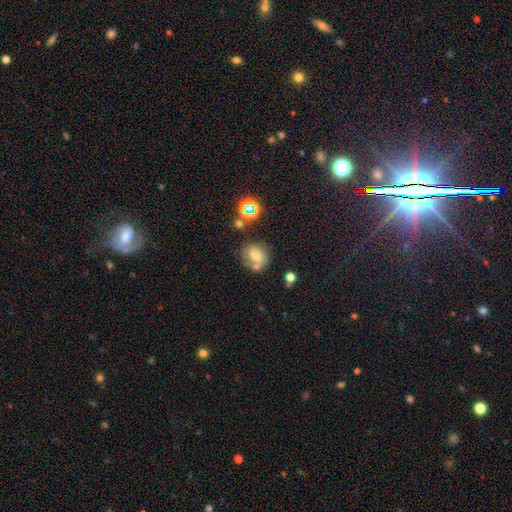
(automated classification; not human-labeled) smooth_or_featured: smooth (p=0.47) [alt: featured or disk p=0.37]
merging: none (p=0.51) [alt: minor disturbance p=0.20]